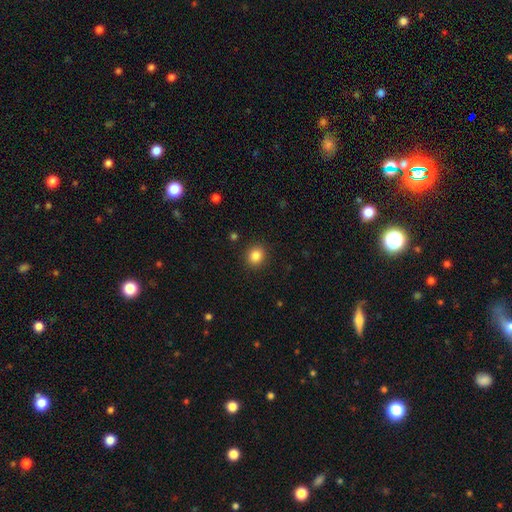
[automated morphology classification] Overall: smooth (86%). How rounded: round (77%). Merging: none (90%).